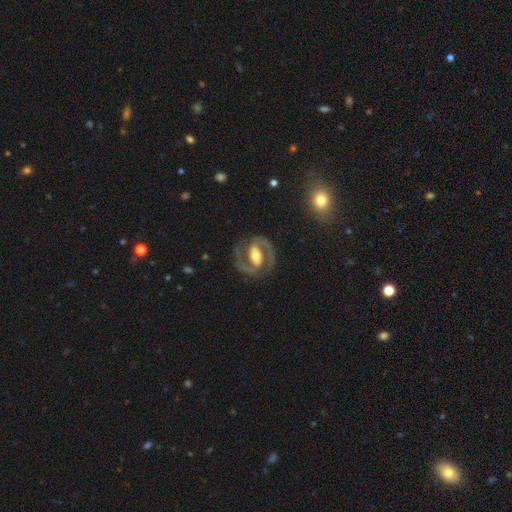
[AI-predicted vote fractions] This appears to be a featured or disk galaxy (90%) with a strong bar (59%), 2 (93%) medium (58%) spiral arms (96%) and a moderate central bulge (67%). Merging: none (82%).